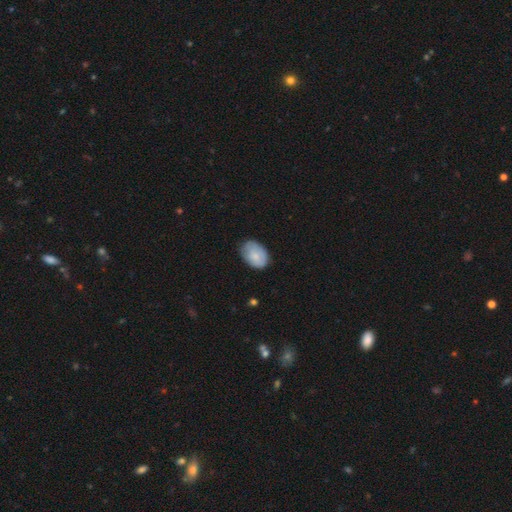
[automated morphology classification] Smooth or featured? Predicted: smooth (p=0.78). How rounded? Predicted: in between (p=0.82). Merging? Predicted: none (p=0.69).